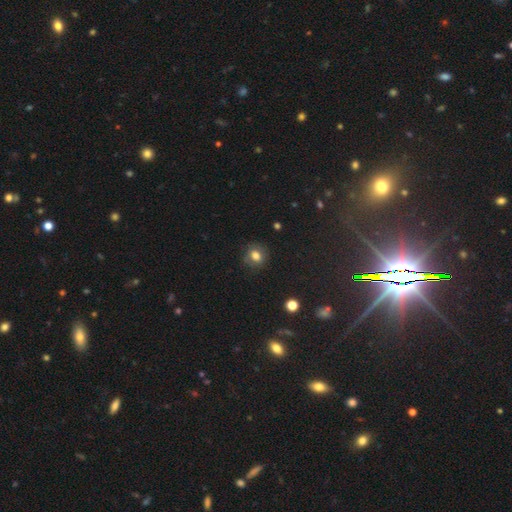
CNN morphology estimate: This is likely a smooth galaxy (76%). How rounded: likely round (71%). Merging: likely none (78%).